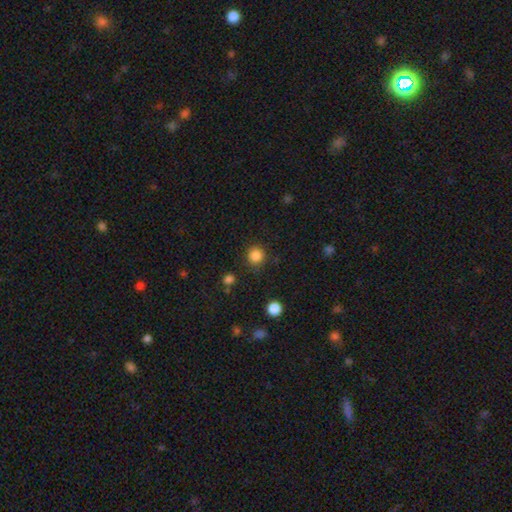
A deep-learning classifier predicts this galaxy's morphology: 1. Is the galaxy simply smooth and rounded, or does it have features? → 85% smooth, 12% star or artifact, 3% featured or disk.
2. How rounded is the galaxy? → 93% round, 6% in between, 1% cigar-shaped.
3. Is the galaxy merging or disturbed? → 87% none, 8% minor disturbance, 3% major disturbance, 2% merger.